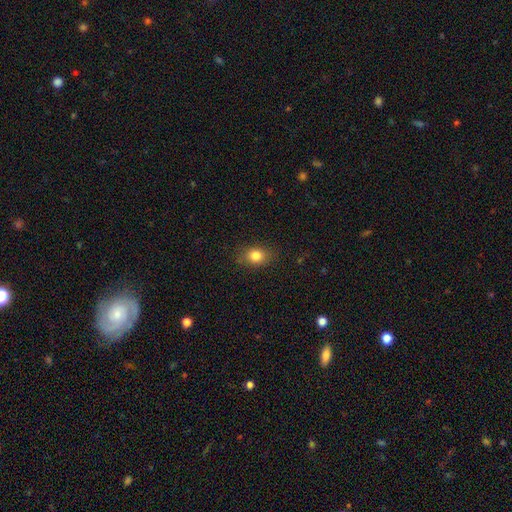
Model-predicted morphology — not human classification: smooth_or_featured: smooth (p=0.82) [alt: star or artifact p=0.10]
how_rounded: in between (p=0.60) [alt: round p=0.39]
merging: none (p=0.83) [alt: minor disturbance p=0.13]